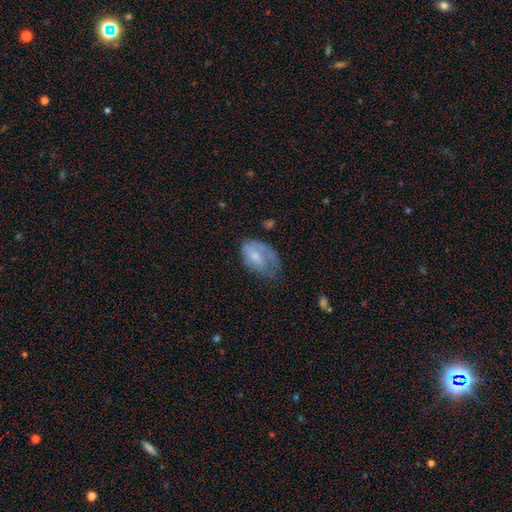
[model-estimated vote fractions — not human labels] A smooth galaxy with no disk features (54%) that is in between round and cigar-shaped (89%).

Vote fractions:
- Smooth or featured? smooth: 54% / featured or disk: 39% / star or artifact: 7%
- How rounded? in between: 89% / round: 9% / cigar-shaped: 2%
- Merging? none: 35% / minor disturbance: 34% / major disturbance: 29% / merger: 2%